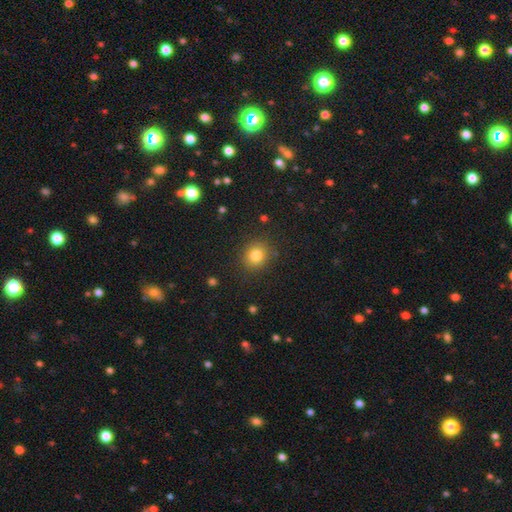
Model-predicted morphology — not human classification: Smooth or featured: smooth — 81% (star or artifact — 12%)
How rounded: round — 85% (in between — 14%)
Merging: none — 88% (minor disturbance — 8%)